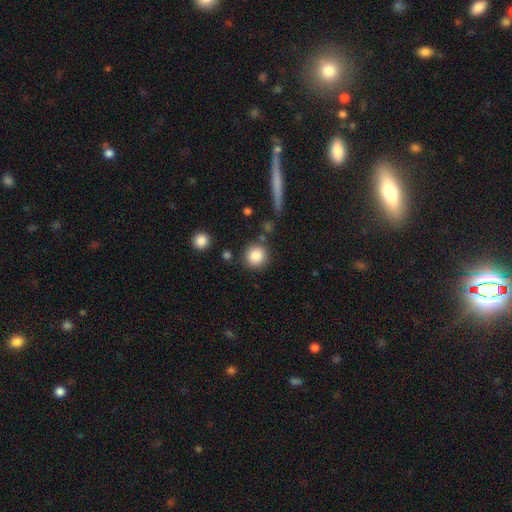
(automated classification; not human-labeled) This appears to be a smooth galaxy with no disk features (85%) that is round (93%). Merging: none (84%).